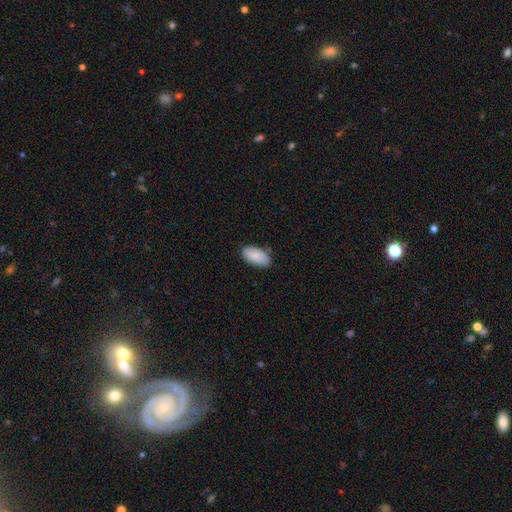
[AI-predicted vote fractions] Q: Smooth or featured?
A: smooth (88%); runner-up: featured or disk (6%)
Q: How rounded?
A: in between (95%); runner-up: round (3%)
Q: Merging?
A: none (78%); runner-up: minor disturbance (18%)